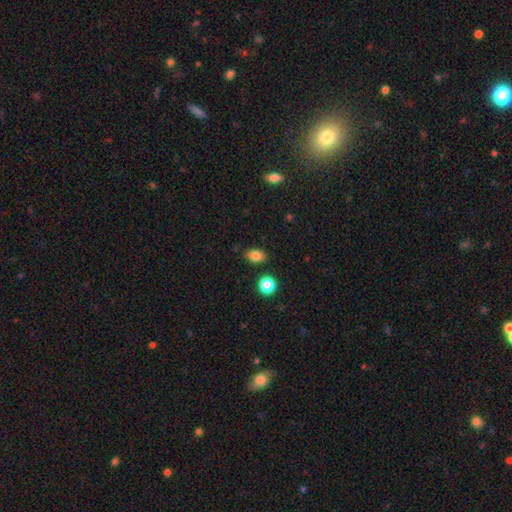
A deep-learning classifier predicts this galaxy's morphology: smooth 82%, star or artifact 11%, featured or disk 7%. Down the decision tree: how rounded — in between (80%); merging — none (85%).